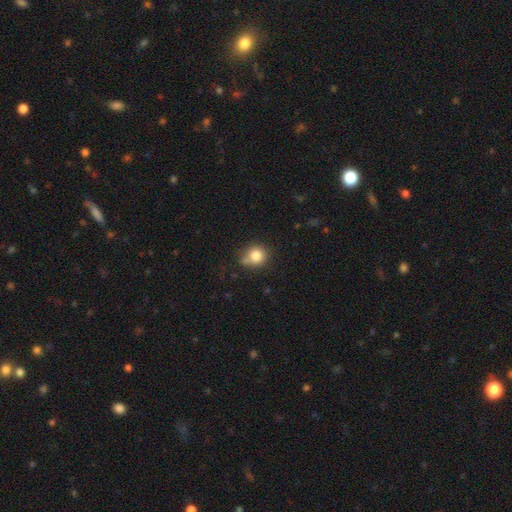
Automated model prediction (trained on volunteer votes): smooth 82%, star or artifact 11%, featured or disk 8%. Down the decision tree: how rounded — round (84%); merging — none (65%).